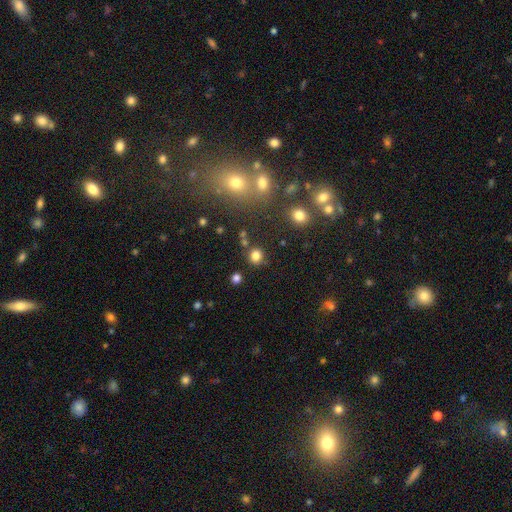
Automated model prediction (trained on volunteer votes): smooth 80%, star or artifact 15%, featured or disk 5%. Down the decision tree: how rounded — round (88%); merging — none (83%).